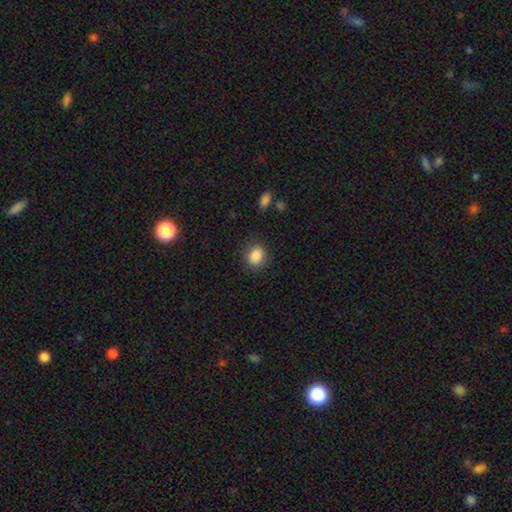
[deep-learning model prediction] smooth_or_featured: smooth (p=0.88) [alt: star or artifact p=0.09]
how_rounded: in between (p=0.51) [alt: round p=0.48]
merging: none (p=0.84) [alt: minor disturbance p=0.11]